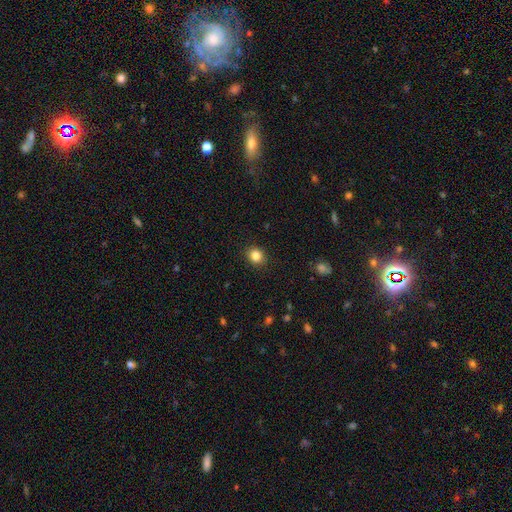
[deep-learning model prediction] A smooth galaxy with no disk features (84%) that is round (77%). Merging: none (90%).